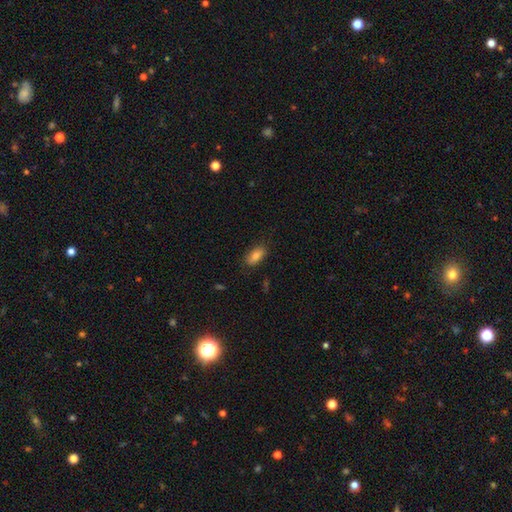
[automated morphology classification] This is clearly a smooth galaxy (83%). How rounded: clearly in between (90%). Merging: clearly none (81%).